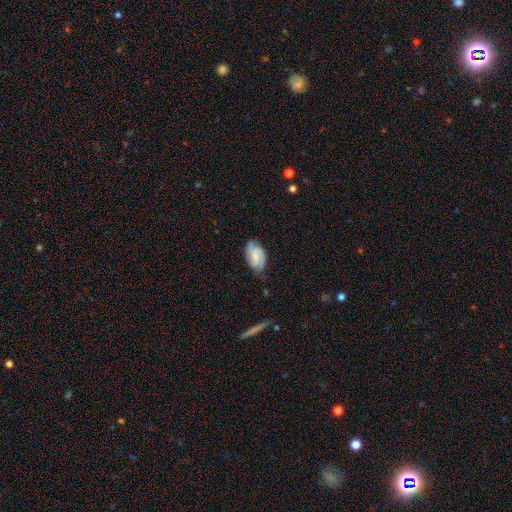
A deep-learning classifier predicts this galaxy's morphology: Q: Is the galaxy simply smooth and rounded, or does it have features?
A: featured or disk — 66%.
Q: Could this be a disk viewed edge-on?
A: no — 96%.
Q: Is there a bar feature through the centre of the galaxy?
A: weak — 48%.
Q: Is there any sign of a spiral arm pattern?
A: yes — 94%.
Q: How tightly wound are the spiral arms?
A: medium — 45%.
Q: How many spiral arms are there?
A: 2 — 60%.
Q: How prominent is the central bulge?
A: small — 38%.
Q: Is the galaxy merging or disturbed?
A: none — 67%.